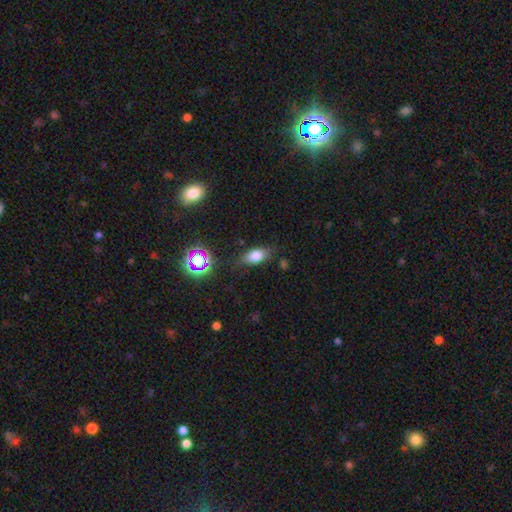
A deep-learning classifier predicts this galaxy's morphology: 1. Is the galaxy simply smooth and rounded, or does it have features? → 69% smooth, 17% featured or disk, 15% star or artifact.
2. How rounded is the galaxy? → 80% in between, 11% cigar-shaped, 9% round.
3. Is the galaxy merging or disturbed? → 75% none, 18% minor disturbance, 5% major disturbance, 2% merger.